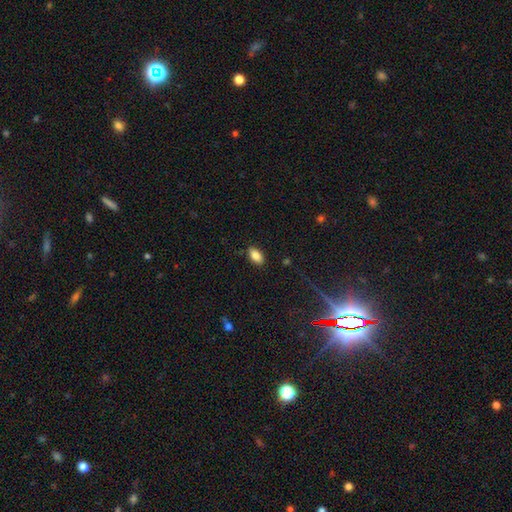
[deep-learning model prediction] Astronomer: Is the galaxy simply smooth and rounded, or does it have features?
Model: smooth — 83%.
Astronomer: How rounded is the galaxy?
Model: in between — 92%.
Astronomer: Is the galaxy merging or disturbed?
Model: none — 86%.